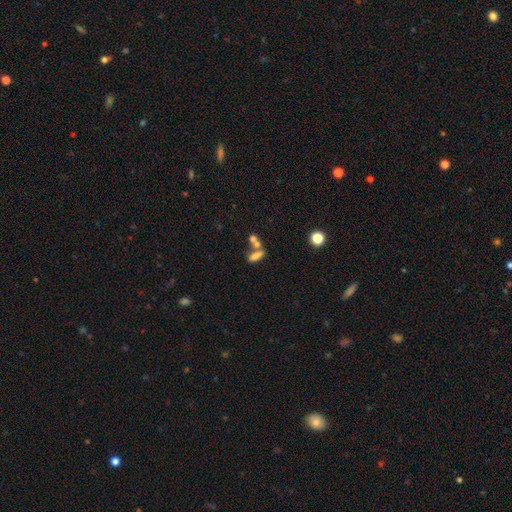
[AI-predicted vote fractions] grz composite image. It shows a smooth galaxy with no disk features (69%) that is in between round and cigar-shaped (57%). Merging: merger (46%).